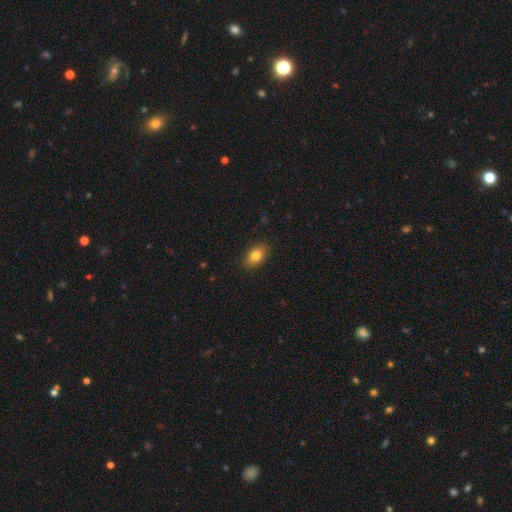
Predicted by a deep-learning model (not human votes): A smooth galaxy with no disk features (81%) that is in between round and cigar-shaped (85%). Merging: none (86%).